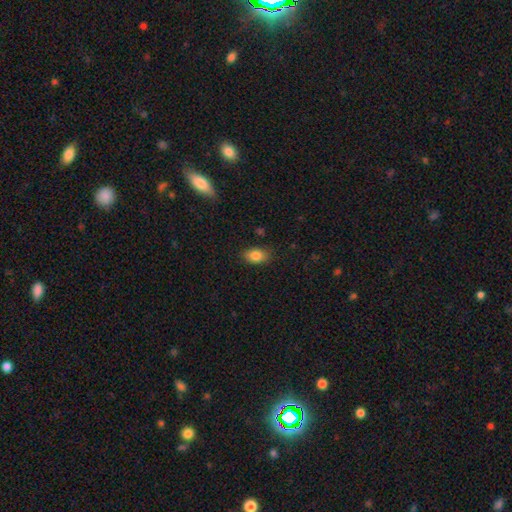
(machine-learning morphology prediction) smooth-or-featured: smooth: 84% | star or artifact: 9% | featured or disk: 7%
  how-rounded: in between: 86% | round: 12% | cigar-shaped: 2%
  merging: none: 83% | minor disturbance: 13% | major disturbance: 3% | merger: 1%